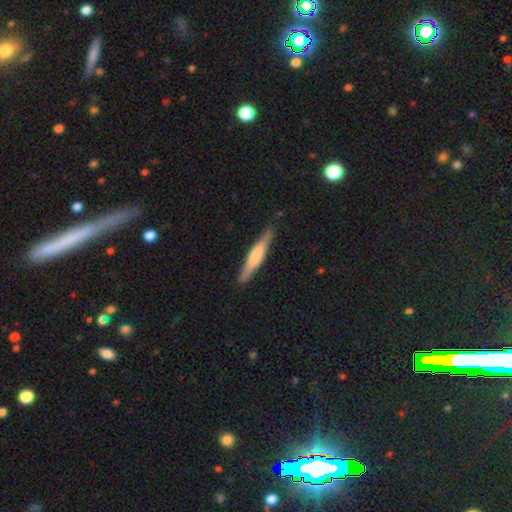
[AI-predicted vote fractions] smooth_or_featured: smooth (p=0.51) [alt: featured or disk p=0.44]
how_rounded: cigar-shaped (p=0.91) [alt: in between p=0.08]
merging: none (p=0.88) [alt: minor disturbance p=0.09]